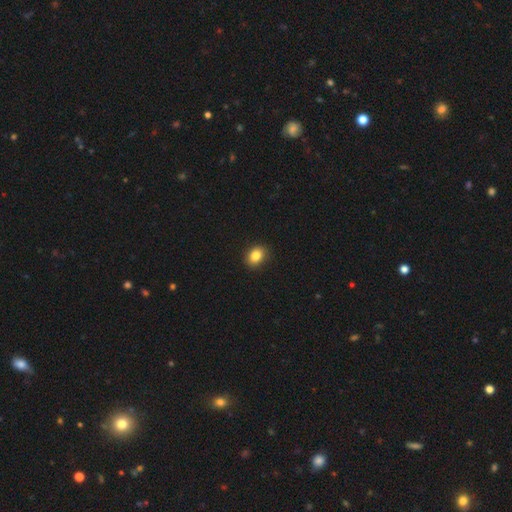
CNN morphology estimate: Smooth or featured?
  - smooth: 85% *
  - star or artifact: 10%
  - featured or disk: 5%
How rounded?
  - in between: 54% *
  - round: 45%
  - cigar-shaped: 1%
Merging?
  - none: 89% *
  - minor disturbance: 8%
  - major disturbance: 2%
  - merger: 1%